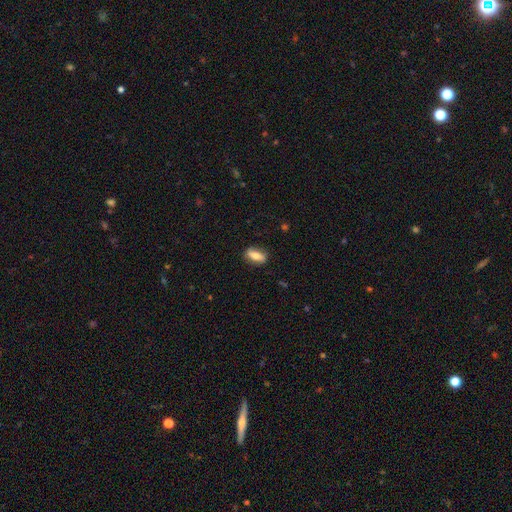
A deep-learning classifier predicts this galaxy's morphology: Q: Smooth or featured?
A: smooth (63%); runner-up: featured or disk (31%)
Q: How rounded?
A: in between (73%); runner-up: cigar-shaped (22%)
Q: Merging?
A: none (84%); runner-up: minor disturbance (12%)